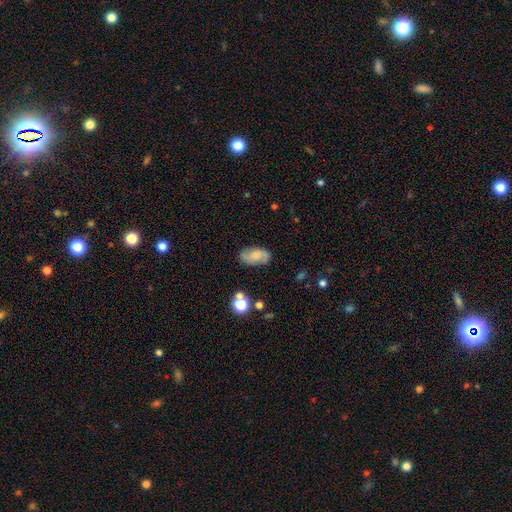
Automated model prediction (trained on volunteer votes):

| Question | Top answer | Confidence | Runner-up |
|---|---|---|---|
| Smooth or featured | featured or disk | 49% | smooth (41%) |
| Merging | none | 79% | minor disturbance (15%) |